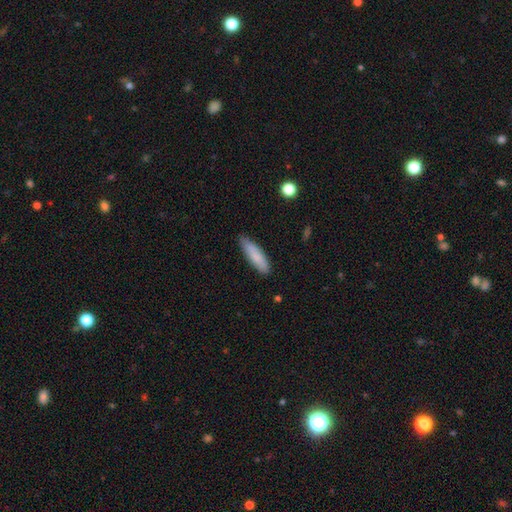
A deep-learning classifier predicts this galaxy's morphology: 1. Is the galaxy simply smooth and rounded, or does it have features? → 82% smooth, 12% featured or disk, 6% star or artifact.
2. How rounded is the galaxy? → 67% cigar-shaped, 32% in between, 1% round.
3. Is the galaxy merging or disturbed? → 84% none, 13% minor disturbance, 2% major disturbance, 1% merger.